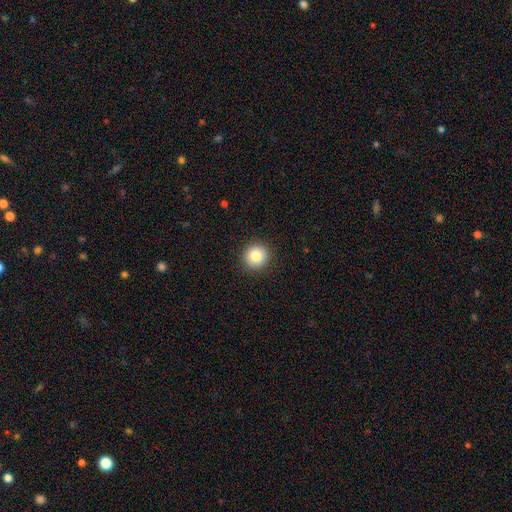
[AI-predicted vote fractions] smooth_or_featured: smooth (p=0.85) [alt: star or artifact p=0.09]
how_rounded: round (p=0.93) [alt: in between p=0.06]
merging: none (p=0.91) [alt: minor disturbance p=0.06]